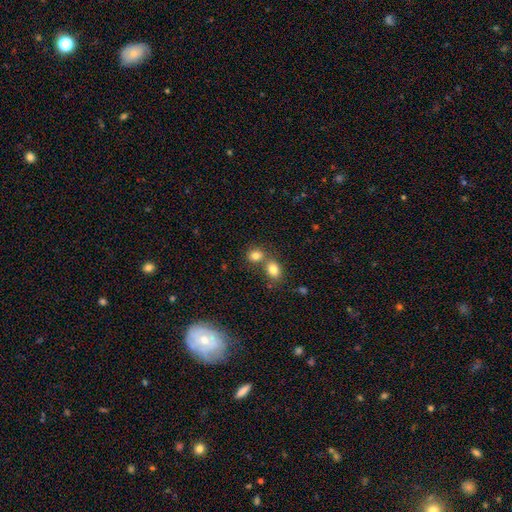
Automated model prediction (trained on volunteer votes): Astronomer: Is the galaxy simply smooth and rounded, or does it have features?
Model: smooth — 80%.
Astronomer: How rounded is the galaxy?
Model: round — 58% (runner-up: in between, 41%).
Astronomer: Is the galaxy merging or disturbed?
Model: none — 45% (runner-up: merger, 44%).